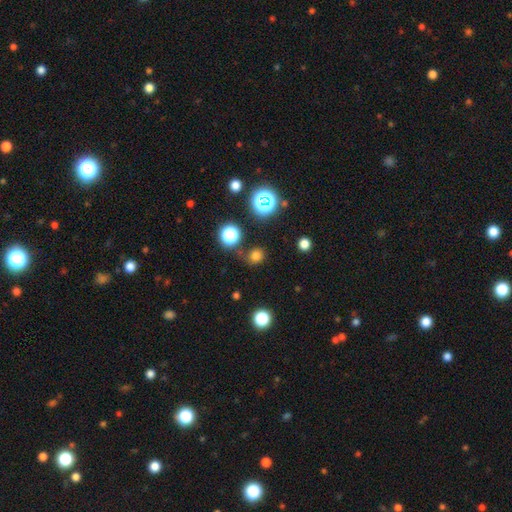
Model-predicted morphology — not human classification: Q: Smooth or featured?
A: smooth (71%); runner-up: star or artifact (24%)
Q: How rounded?
A: round (86%); runner-up: in between (13%)
Q: Merging?
A: none (77%); runner-up: minor disturbance (13%)